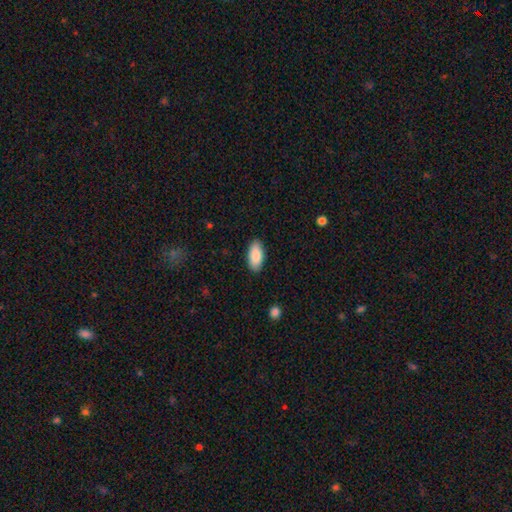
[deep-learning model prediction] Smooth or featured? Predicted: smooth (p=0.88). How rounded? Predicted: in between (p=0.92). Merging? Predicted: none (p=0.88).